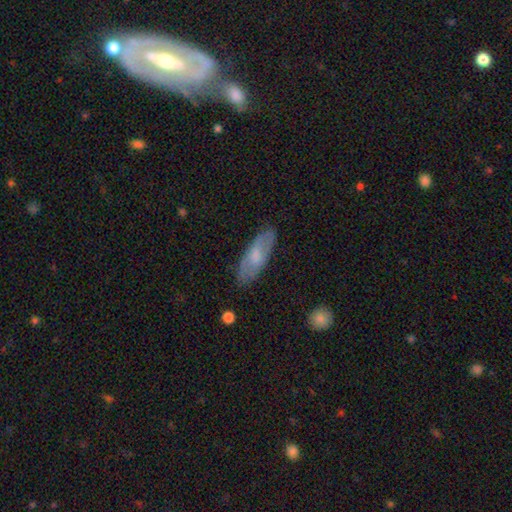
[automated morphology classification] Smooth or featured?
  - smooth: 57% *
  - featured or disk: 36%
  - star or artifact: 6%
How rounded?
  - in between: 65% *
  - cigar-shaped: 33%
  - round: 2%
Merging?
  - none: 80% *
  - minor disturbance: 15%
  - major disturbance: 3%
  - merger: 1%